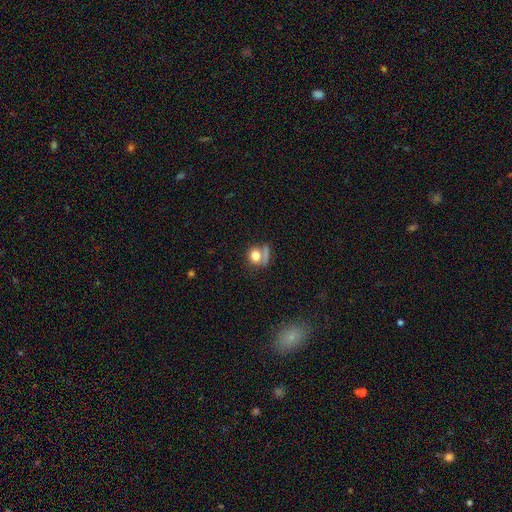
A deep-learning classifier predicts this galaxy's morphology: smooth-or-featured: smooth: 75% | featured or disk: 13% | star or artifact: 12%
  how-rounded: round: 68% | in between: 29% | cigar-shaped: 3%
  merging: none: 51% | merger: 24% | minor disturbance: 14% | major disturbance: 11%